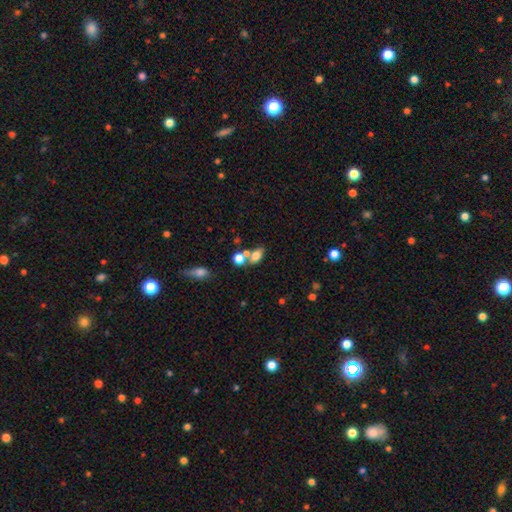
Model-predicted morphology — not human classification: smooth_or_featured: smooth (p=0.74) [alt: featured or disk p=0.14]
how_rounded: in between (p=0.81) [alt: round p=0.15]
merging: none (p=0.46) [alt: merger p=0.37]